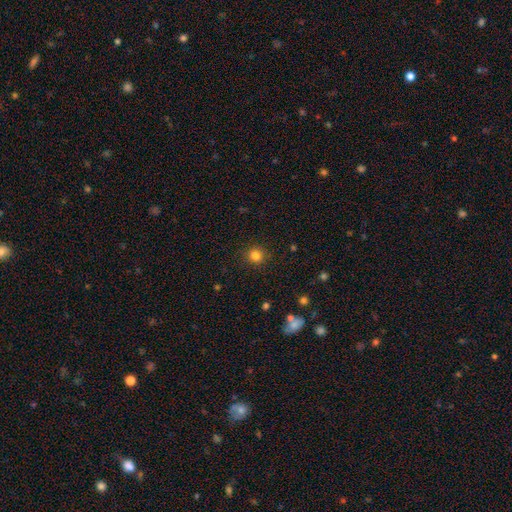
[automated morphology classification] Smooth or featured: smooth — 82% (star or artifact — 13%)
How rounded: round — 91% (in between — 8%)
Merging: none — 90% (minor disturbance — 6%)